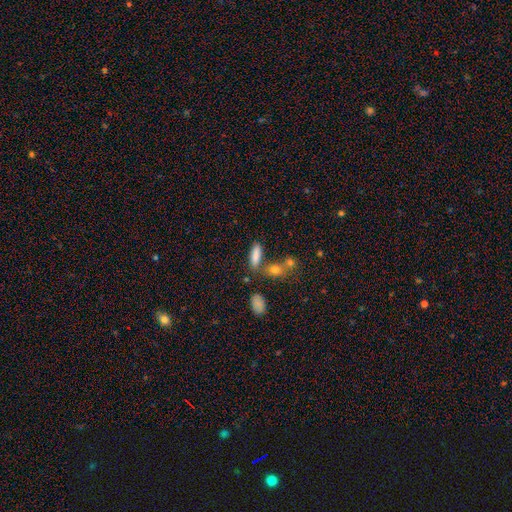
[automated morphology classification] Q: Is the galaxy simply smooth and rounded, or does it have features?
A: smooth — 81%.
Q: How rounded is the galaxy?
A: in between — 52%.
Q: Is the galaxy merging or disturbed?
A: none — 63%.